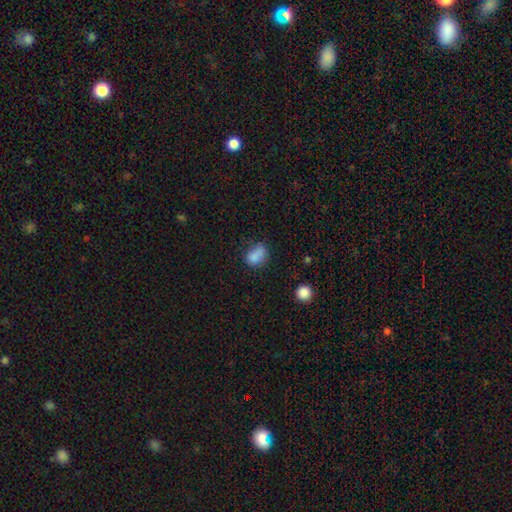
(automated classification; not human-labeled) Q: Smooth or featured?
A: smooth (81%); runner-up: star or artifact (11%)
Q: How rounded?
A: in between (72%); runner-up: round (26%)
Q: Merging?
A: none (52%); runner-up: minor disturbance (31%)